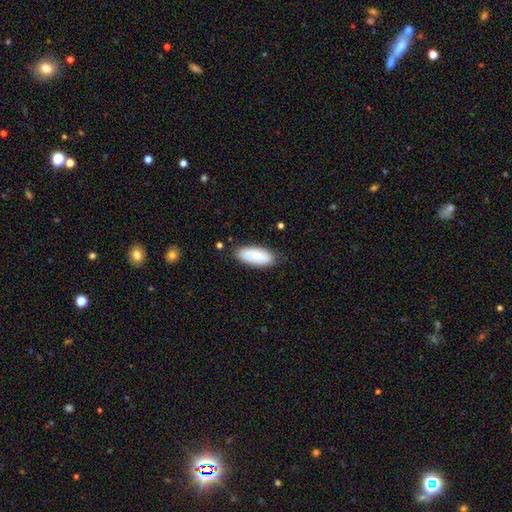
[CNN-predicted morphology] This is likely a smooth galaxy (79%). How rounded: clearly in between (87%). Merging: clearly none (81%).